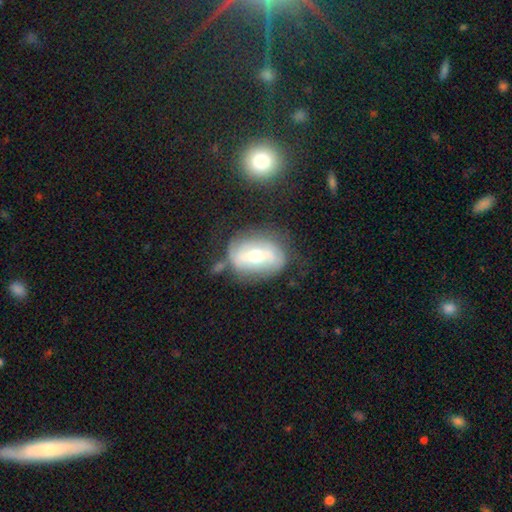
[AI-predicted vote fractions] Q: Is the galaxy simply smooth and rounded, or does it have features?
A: featured or disk — 65%.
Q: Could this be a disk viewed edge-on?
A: no — 90%.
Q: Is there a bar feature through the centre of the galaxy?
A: strong — 46%.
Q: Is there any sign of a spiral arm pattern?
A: yes — 61%.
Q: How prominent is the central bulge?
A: moderate — 68%.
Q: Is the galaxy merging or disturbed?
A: none — 61%.